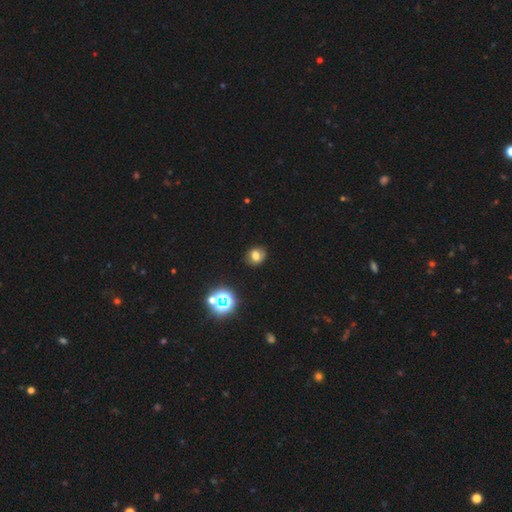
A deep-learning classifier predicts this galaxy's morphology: smooth_or_featured: smooth (p=0.71) [alt: star or artifact p=0.17]
how_rounded: round (p=0.70) [alt: in between p=0.29]
merging: none (p=0.86) [alt: minor disturbance p=0.10]